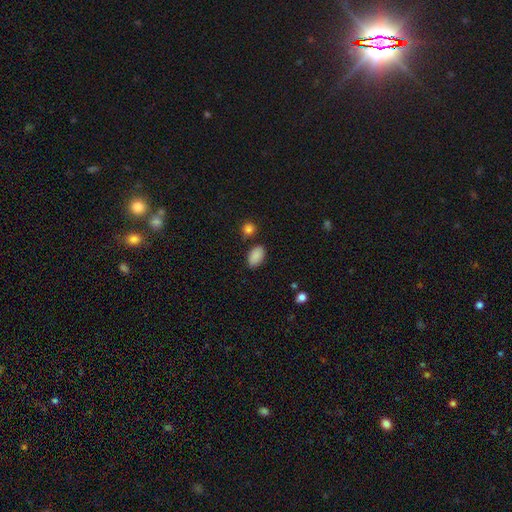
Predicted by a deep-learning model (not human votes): smooth-or-featured: smooth: 89% | star or artifact: 8% | featured or disk: 4%
  how-rounded: in between: 93% | round: 6% | cigar-shaped: 1%
  merging: none: 81% | minor disturbance: 12% | merger: 4% | major disturbance: 3%